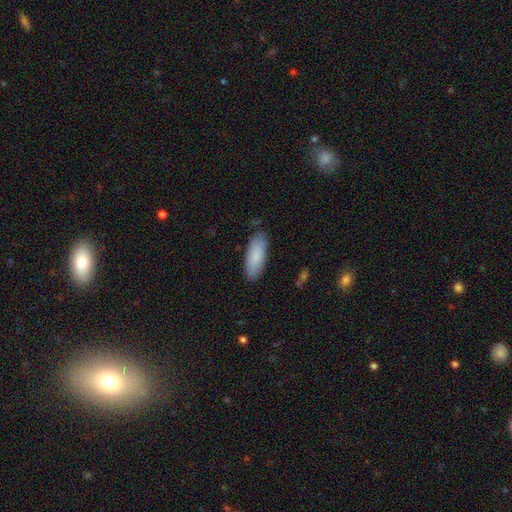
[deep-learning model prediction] Smooth or featured: smooth — 85% (featured or disk — 10%)
How rounded: in between — 73% (cigar-shaped — 25%)
Merging: none — 84% (minor disturbance — 13%)